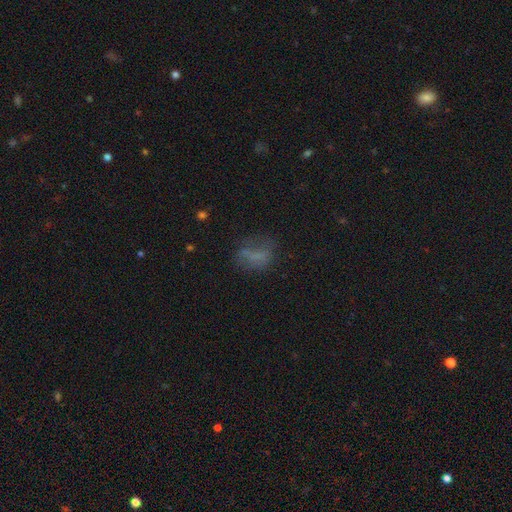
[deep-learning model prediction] This is possibly a smooth galaxy (56%). How rounded: likely in between (66%). Merging: possibly none (48%).